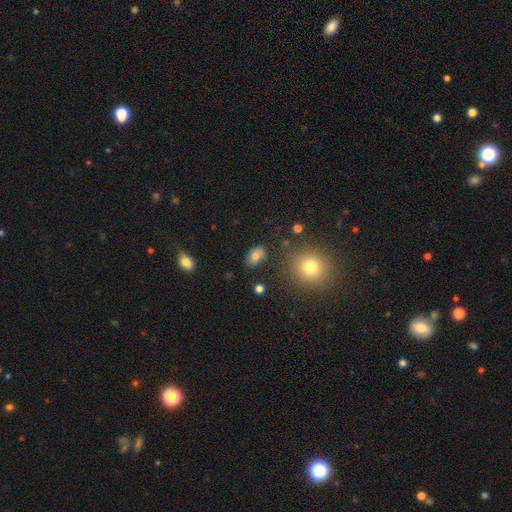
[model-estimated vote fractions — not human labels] smooth-or-featured: smooth: 75% | featured or disk: 13% | star or artifact: 12%
  how-rounded: in between: 79% | round: 19% | cigar-shaped: 2%
  merging: none: 71% | minor disturbance: 20% | major disturbance: 6% | merger: 4%